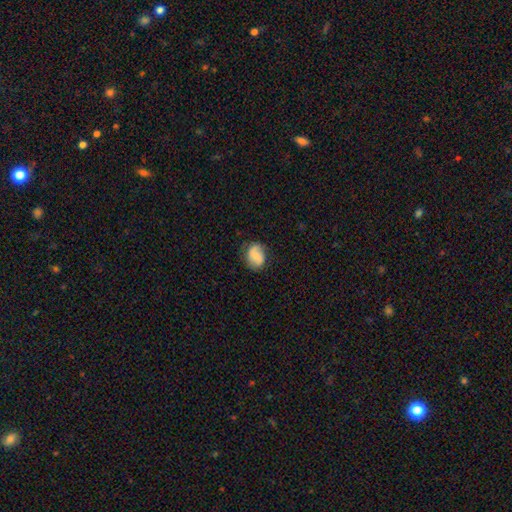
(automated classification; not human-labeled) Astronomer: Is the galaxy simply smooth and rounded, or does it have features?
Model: smooth — 54% (runner-up: featured or disk, 38%).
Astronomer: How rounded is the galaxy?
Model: in between — 52% (runner-up: round, 46%).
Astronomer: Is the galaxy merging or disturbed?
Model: none — 69%.